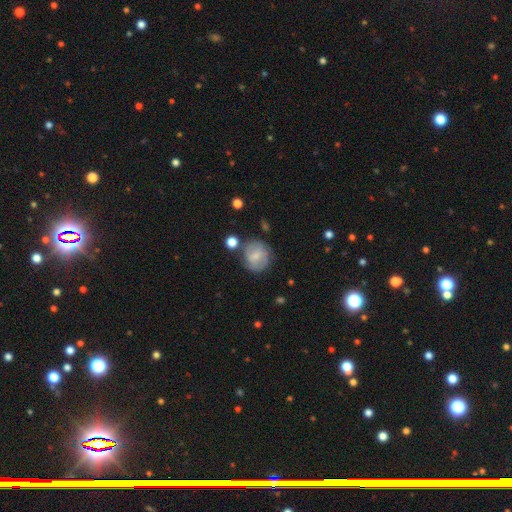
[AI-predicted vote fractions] A smooth galaxy with no disk features (59%) that is round (80%).

Vote fractions:
- Smooth or featured? smooth: 59% / featured or disk: 33% / star or artifact: 8%
- How rounded? round: 80% / in between: 18% / cigar-shaped: 1%
- Merging? none: 68% / minor disturbance: 18% / major disturbance: 7% / merger: 6%